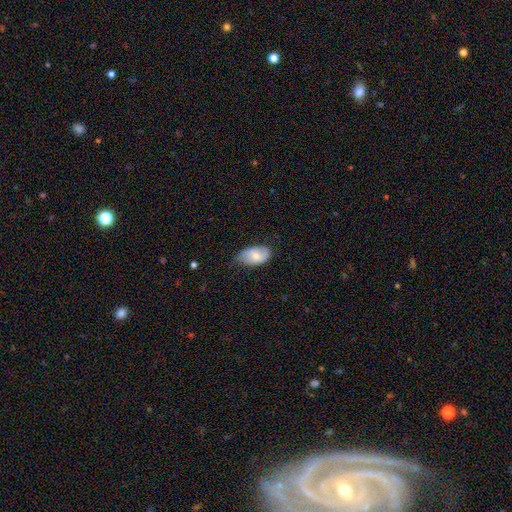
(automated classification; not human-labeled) smooth-or-featured: smooth: 67% | featured or disk: 26% | star or artifact: 6%
  how-rounded: in between: 93% | round: 6% | cigar-shaped: 1%
  merging: none: 51% | minor disturbance: 40% | major disturbance: 8% | merger: 1%